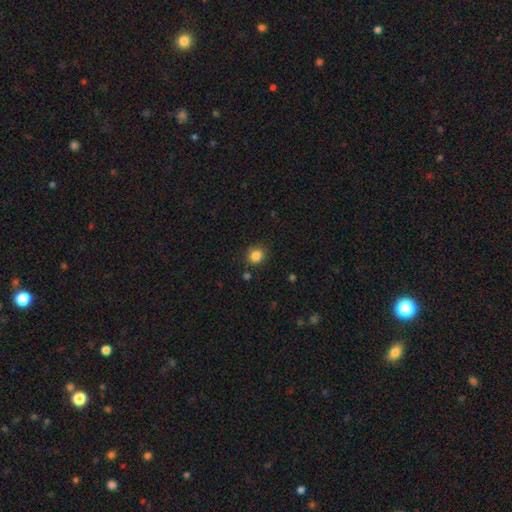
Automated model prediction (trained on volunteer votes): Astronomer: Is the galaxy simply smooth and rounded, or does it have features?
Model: smooth — 85%.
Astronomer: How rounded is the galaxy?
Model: round — 84%.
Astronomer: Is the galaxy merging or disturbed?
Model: none — 84%.